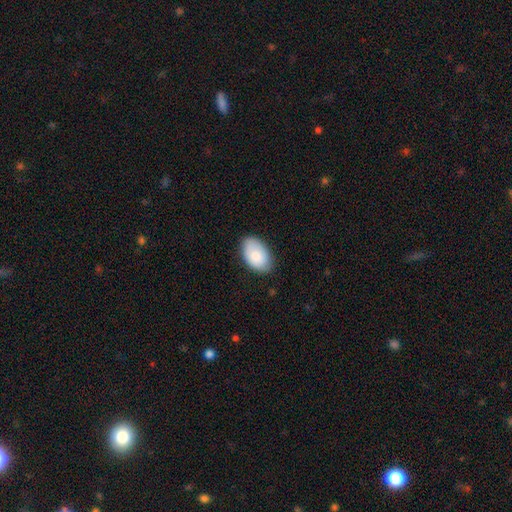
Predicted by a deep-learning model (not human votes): smooth-or-featured: smooth: 83% | featured or disk: 11% | star or artifact: 6%
  how-rounded: in between: 92% | round: 6% | cigar-shaped: 1%
  merging: none: 80% | minor disturbance: 17% | major disturbance: 3% | merger: 1%